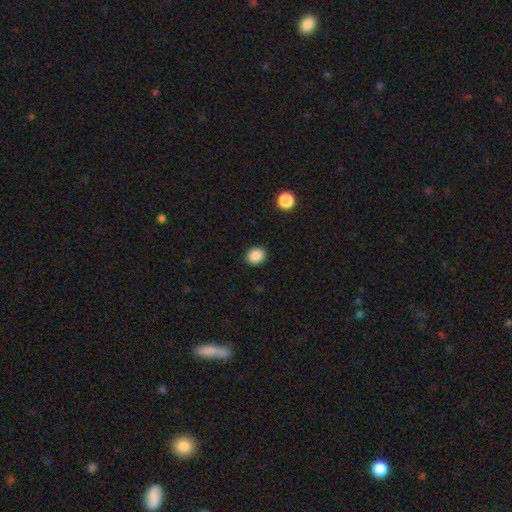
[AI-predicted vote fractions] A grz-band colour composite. It shows a smooth galaxy with no disk features (88%) that is round (66%). Merging: none (91%).